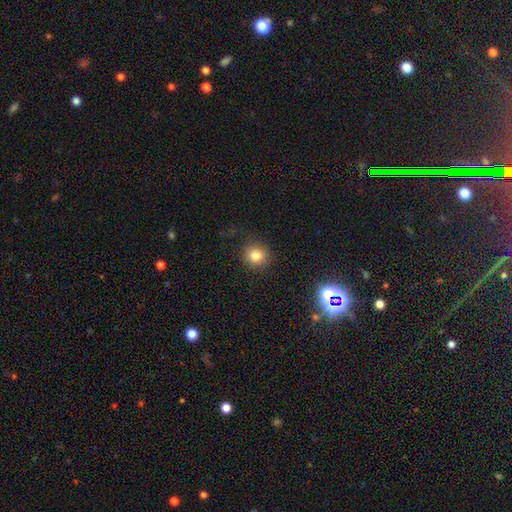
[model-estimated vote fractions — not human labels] Smooth or featured: smooth — 79% (star or artifact — 13%)
How rounded: round — 90% (in between — 9%)
Merging: none — 88% (minor disturbance — 8%)